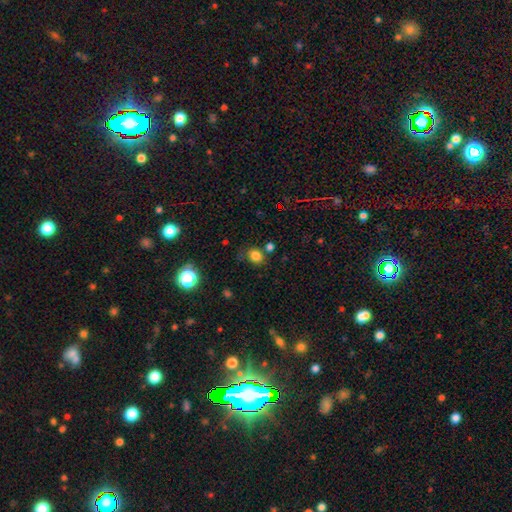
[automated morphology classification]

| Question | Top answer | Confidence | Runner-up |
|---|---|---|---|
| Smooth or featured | smooth | 80% | star or artifact (15%) |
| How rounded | round | 72% | in between (27%) |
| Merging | none | 70% | minor disturbance (17%) |